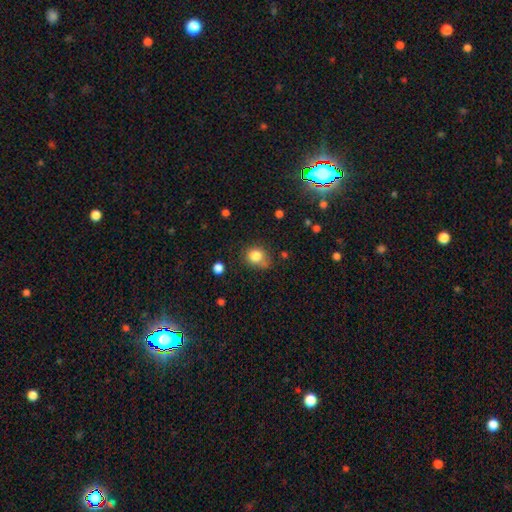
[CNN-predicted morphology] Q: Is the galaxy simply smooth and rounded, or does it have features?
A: smooth — 82%.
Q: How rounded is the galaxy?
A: round — 68%.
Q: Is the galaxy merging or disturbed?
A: none — 62%.